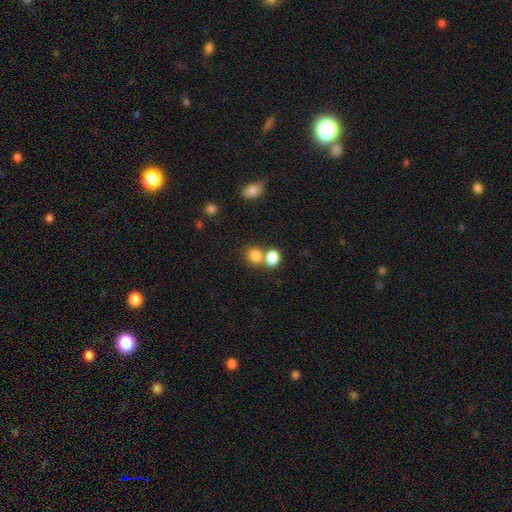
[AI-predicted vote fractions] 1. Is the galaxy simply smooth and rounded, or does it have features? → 82% smooth, 11% star or artifact, 7% featured or disk.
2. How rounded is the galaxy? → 57% round, 42% in between, 1% cigar-shaped.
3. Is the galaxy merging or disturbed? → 45% merger, 44% none, 8% minor disturbance, 3% major disturbance.